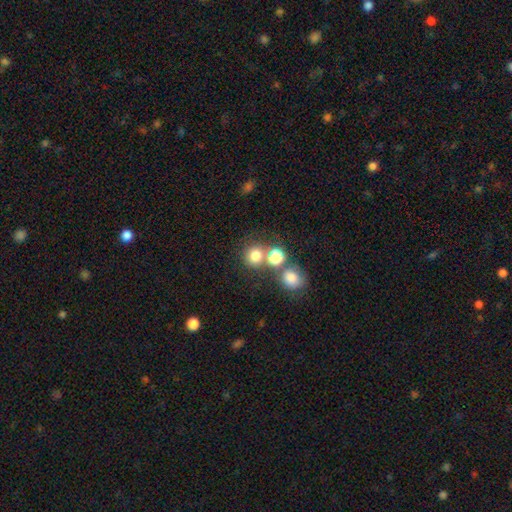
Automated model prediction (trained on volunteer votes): smooth_or_featured: smooth (p=0.75) [alt: star or artifact p=0.17]
how_rounded: round (p=0.87) [alt: in between p=0.12]
merging: none (p=0.61) [alt: merger p=0.27]